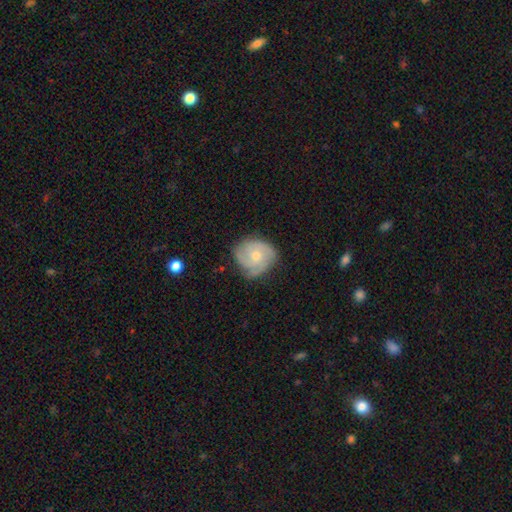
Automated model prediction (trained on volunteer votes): Morphology: type=featured or disk (70%); edge-on=no (98%); bar=no (76%); spiral arms=yes (92%); winding=tight (57%); arm count=3 (44%); bulge=moderate (49%); merging=none (66%).